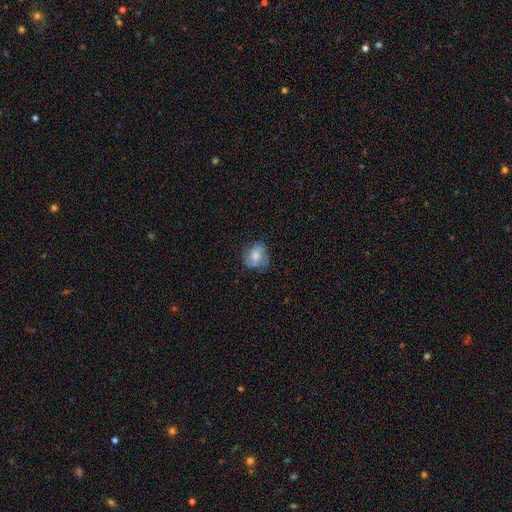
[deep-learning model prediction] A smooth galaxy with no disk features (65%) that is round (60%). Merging: none (64%).